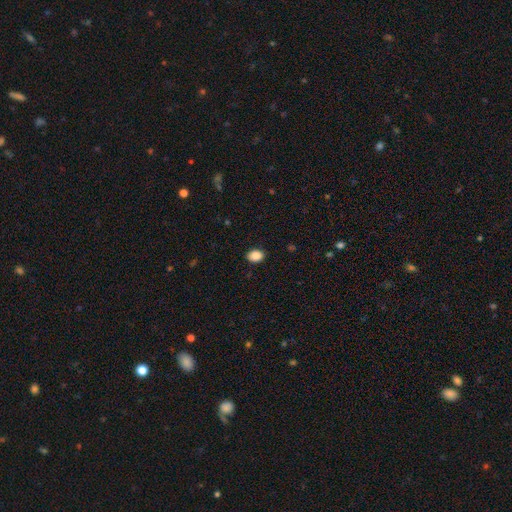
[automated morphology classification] This is clearly a smooth galaxy (89%). How rounded: likely in between (72%). Merging: clearly none (89%).